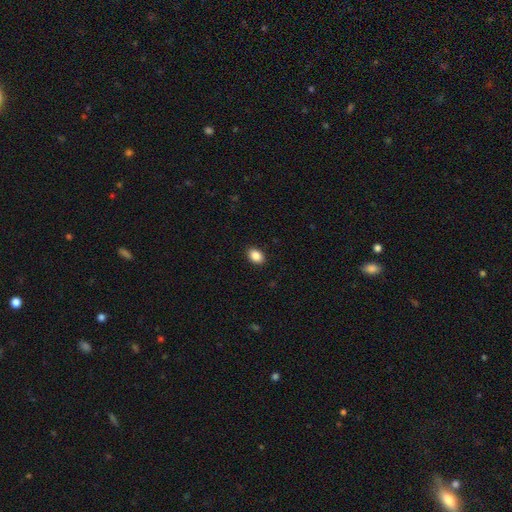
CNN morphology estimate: Q: Smooth or featured?
A: smooth (88%); runner-up: star or artifact (8%)
Q: How rounded?
A: in between (78%); runner-up: round (21%)
Q: Merging?
A: none (90%); runner-up: minor disturbance (7%)